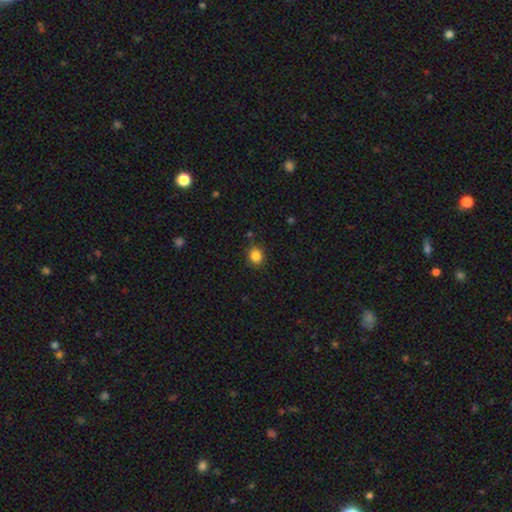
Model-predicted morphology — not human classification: smooth-or-featured: smooth: 85% | star or artifact: 11% | featured or disk: 4%
  how-rounded: round: 76% | in between: 23% | cigar-shaped: 1%
  merging: none: 86% | minor disturbance: 10% | major disturbance: 3% | merger: 2%